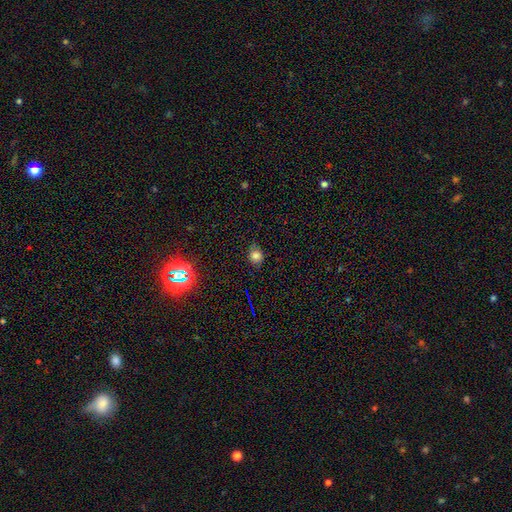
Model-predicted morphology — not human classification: This appears to be a smooth galaxy with no disk features (75%) that is round (61%). Merging: none (74%).